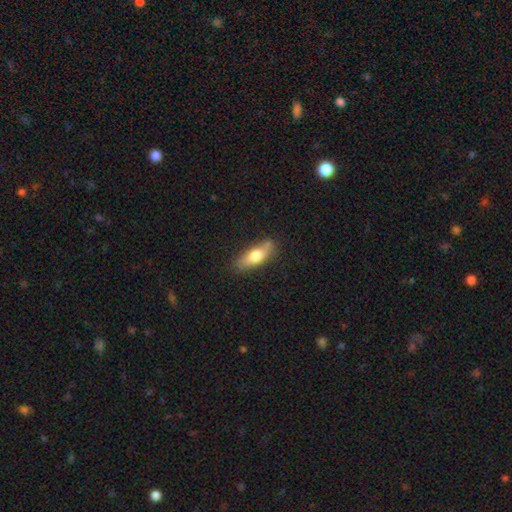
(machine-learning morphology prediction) smooth-or-featured: smooth: 67% | featured or disk: 27% | star or artifact: 6%
  how-rounded: in between: 59% | cigar-shaped: 38% | round: 3%
  merging: none: 75% | minor disturbance: 18% | major disturbance: 4% | merger: 3%